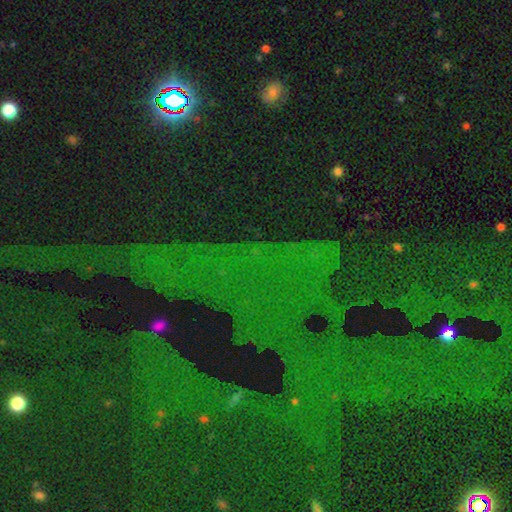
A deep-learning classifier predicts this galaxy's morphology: Smooth or featured? Predicted: star or artifact (p=0.83).